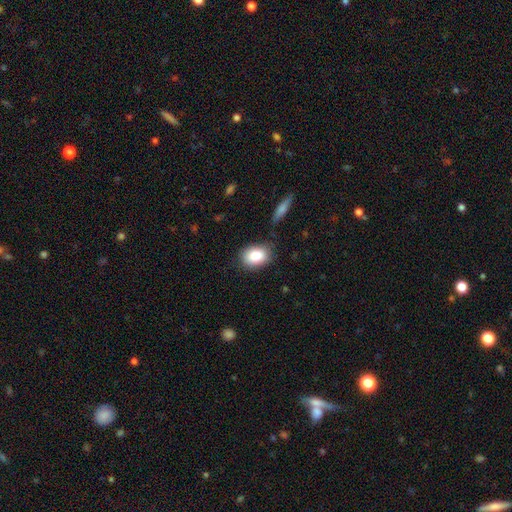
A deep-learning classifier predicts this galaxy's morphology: Q: Smooth or featured?
A: smooth (84%); runner-up: featured or disk (8%)
Q: How rounded?
A: in between (74%); runner-up: round (24%)
Q: Merging?
A: none (79%); runner-up: minor disturbance (15%)